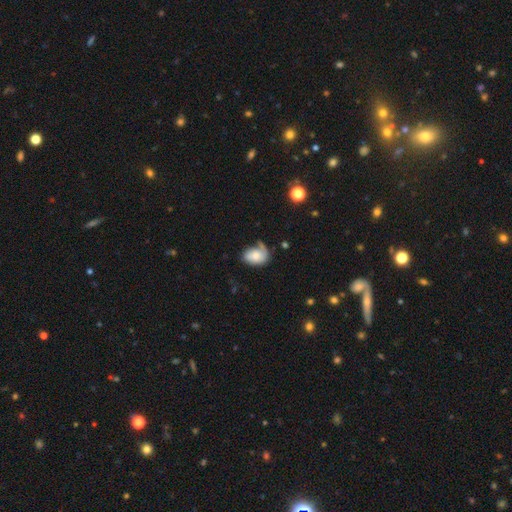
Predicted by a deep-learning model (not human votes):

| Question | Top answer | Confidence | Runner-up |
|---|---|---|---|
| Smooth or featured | smooth | 59% | featured or disk (33%) |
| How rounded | in between | 77% | round (22%) |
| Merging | none | 39% | minor disturbance (30%) |